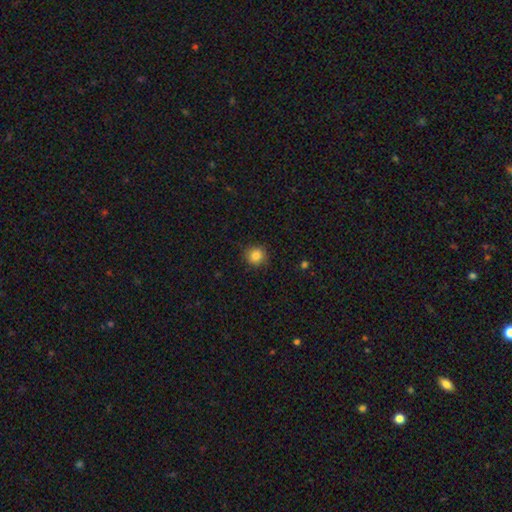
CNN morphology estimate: This appears to be a smooth galaxy with no disk features (84%) that is round (92%). Merging: none (88%).